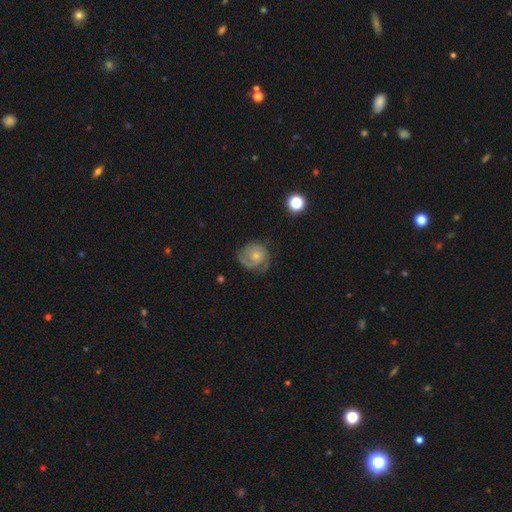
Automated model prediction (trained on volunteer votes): A featured or disk galaxy (62%) with no bar (79%), spiral arms (82%) and a small central bulge (44%). Merging: none (59%).